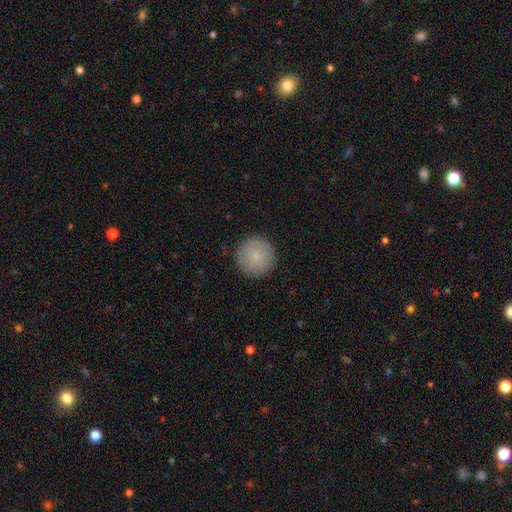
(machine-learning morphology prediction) A smooth galaxy with no disk features (84%) that is round (96%).

Vote fractions:
- Smooth or featured? smooth: 84% / featured or disk: 9% / star or artifact: 7%
- How rounded? round: 96% / in between: 3% / cigar-shaped: 1%
- Merging? none: 90% / minor disturbance: 7% / major disturbance: 2% / merger: 1%